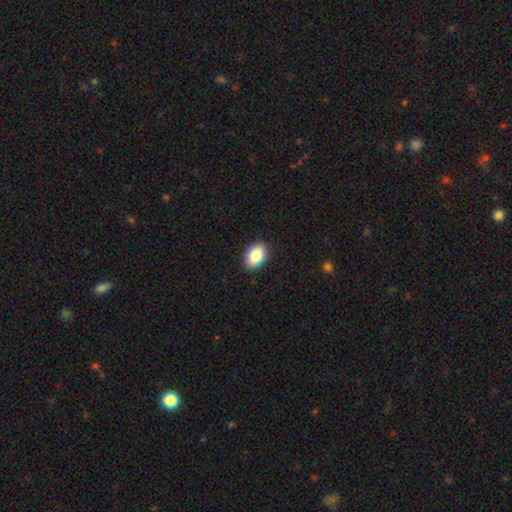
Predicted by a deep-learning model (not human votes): A smooth galaxy with no disk features (87%) that is in between round and cigar-shaped (86%).

Vote fractions:
- Smooth or featured? smooth: 87% / star or artifact: 7% / featured or disk: 5%
- How rounded? in between: 86% / round: 13% / cigar-shaped: 1%
- Merging? none: 89% / minor disturbance: 8% / major disturbance: 2% / merger: 1%